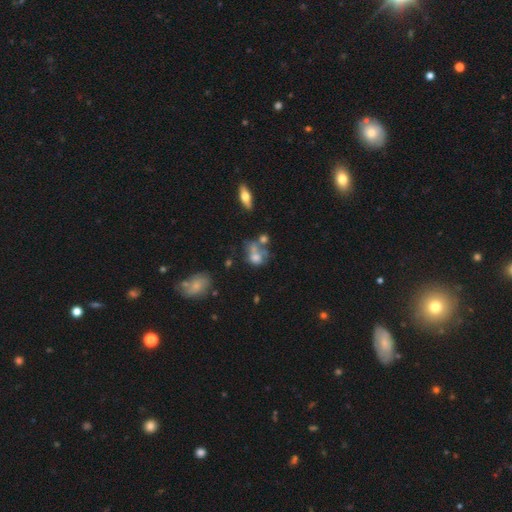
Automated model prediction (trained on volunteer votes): Q: Smooth or featured?
A: smooth (55%); runner-up: featured or disk (30%)
Q: How rounded?
A: in between (51%); runner-up: round (47%)
Q: Merging?
A: merger (37%); runner-up: none (27%)